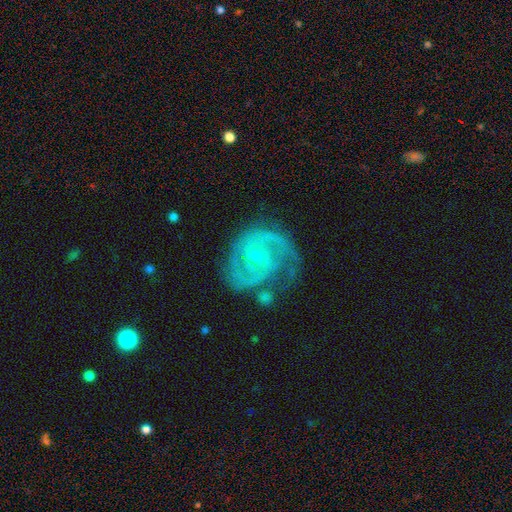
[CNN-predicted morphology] featured or disk 87%, smooth 8%, star or artifact 5%. Down the decision tree: edge-on disk — no (97%); bar — no (61%); spiral arms — yes (94%); spiral arm count — 2 (51%); spiral winding — tight (53%); bulge size — moderate (52%); merging — none (55%).